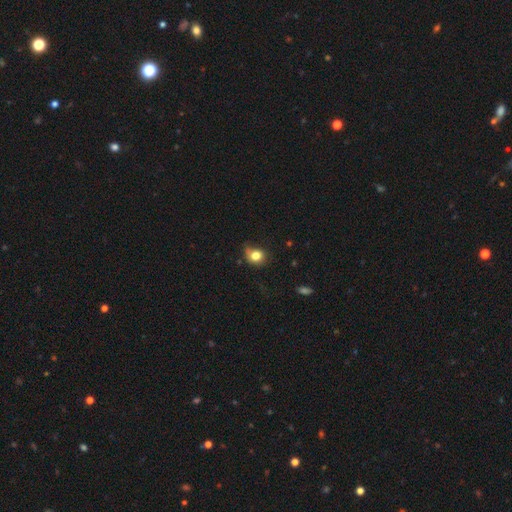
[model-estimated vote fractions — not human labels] smooth-or-featured: smooth: 79% | star or artifact: 11% | featured or disk: 10%
  how-rounded: round: 70% | in between: 29% | cigar-shaped: 1%
  merging: none: 52% | minor disturbance: 33% | major disturbance: 12% | merger: 3%